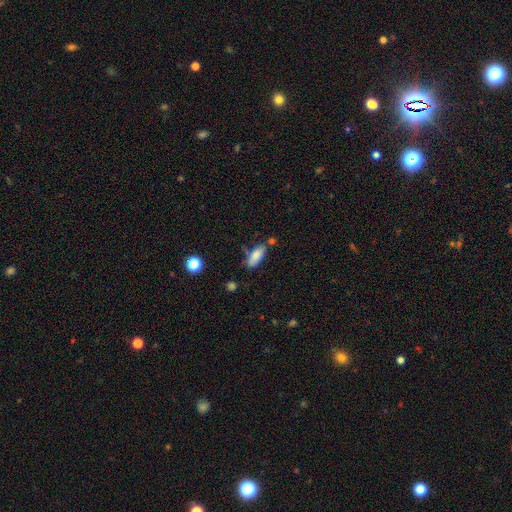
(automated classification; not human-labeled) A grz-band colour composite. It shows a smooth galaxy with no disk features (83%) that is in between round and cigar-shaped (74%). Merging: none (63%).